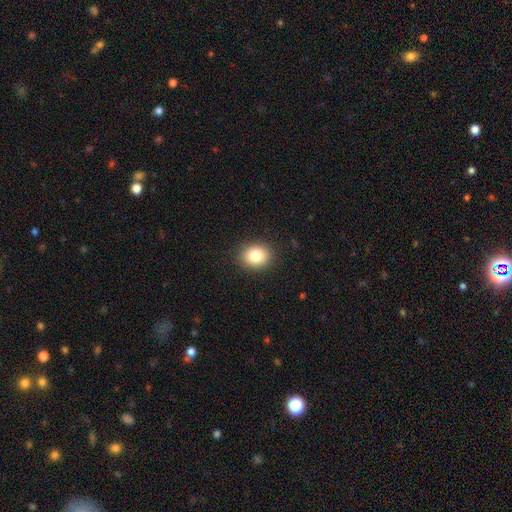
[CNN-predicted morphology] Smooth or featured? smooth (83%)
How rounded? round (55%)
Merging? none (90%)